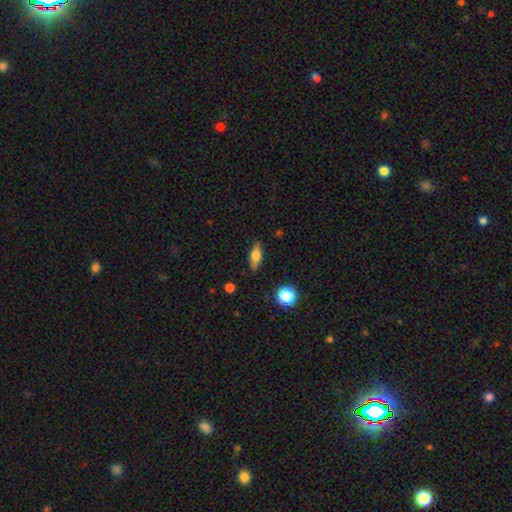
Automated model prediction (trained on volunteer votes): Q: Smooth or featured?
A: smooth (55%); runner-up: featured or disk (37%)
Q: How rounded?
A: in between (59%); runner-up: cigar-shaped (34%)
Q: Merging?
A: none (85%); runner-up: minor disturbance (11%)